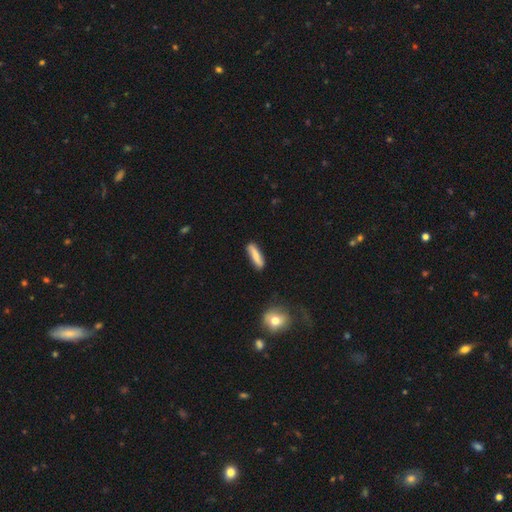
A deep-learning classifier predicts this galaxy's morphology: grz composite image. It shows a smooth galaxy with no disk features (77%) that is cigar-shaped (77%). Merging: none (83%).